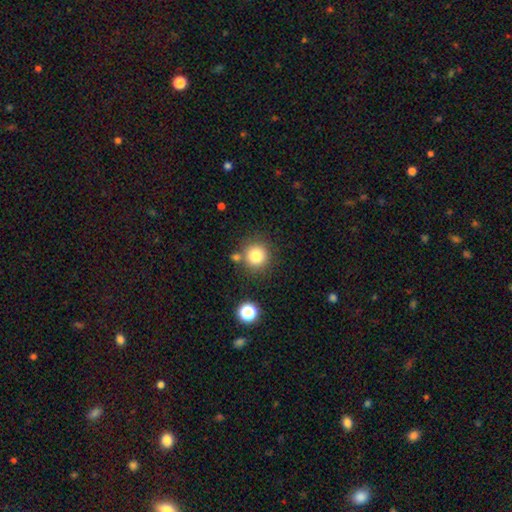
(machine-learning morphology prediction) Overall: smooth (81%). How rounded: round (93%). Merging: none (78%).